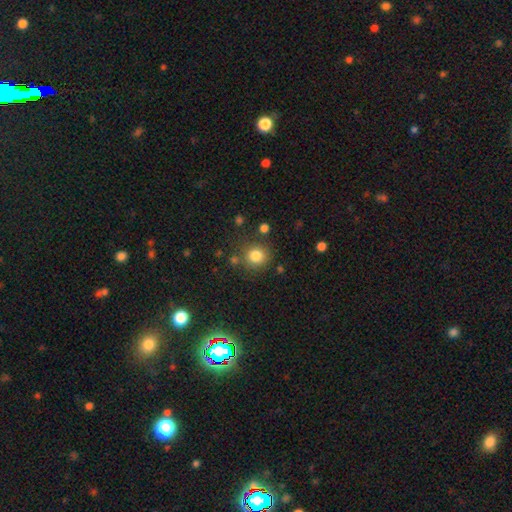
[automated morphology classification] Smooth or featured? Predicted: smooth (p=0.81). How rounded? Predicted: round (p=0.90). Merging? Predicted: none (p=0.81).